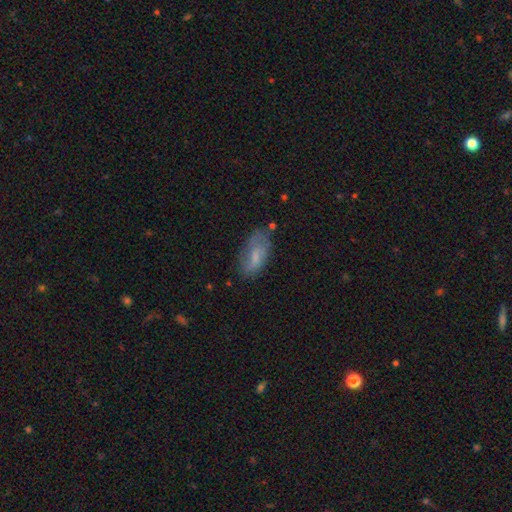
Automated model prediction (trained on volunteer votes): Overall: smooth (64%; featured or disk 28%). How rounded: in between (89%). Merging: none (58%; minor disturbance 28%).